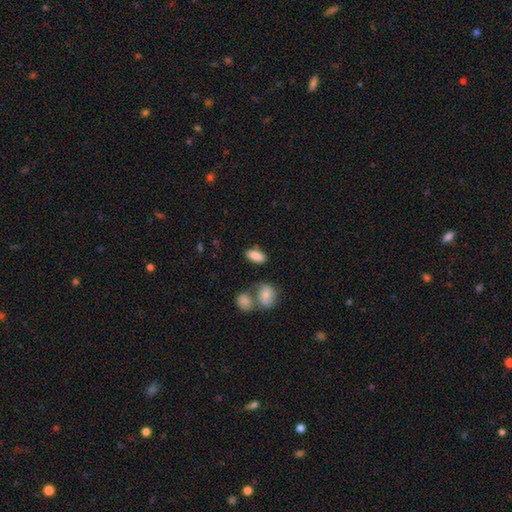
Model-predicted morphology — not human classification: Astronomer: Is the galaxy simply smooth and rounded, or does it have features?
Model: smooth — 87%.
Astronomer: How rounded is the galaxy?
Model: in between — 91%.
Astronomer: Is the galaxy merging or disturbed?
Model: none — 73%.